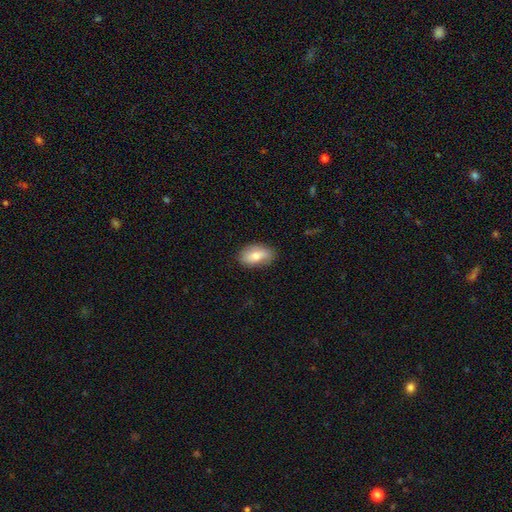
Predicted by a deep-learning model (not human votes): Smooth or featured? smooth (71%)
How rounded? in between (91%)
Merging? none (81%)